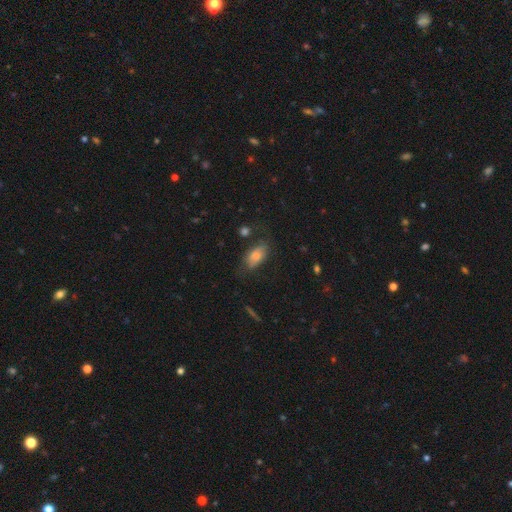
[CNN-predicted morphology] Smooth or featured? Predicted: smooth (p=0.65). How rounded? Predicted: in between (p=0.86). Merging? Predicted: none (p=0.59).